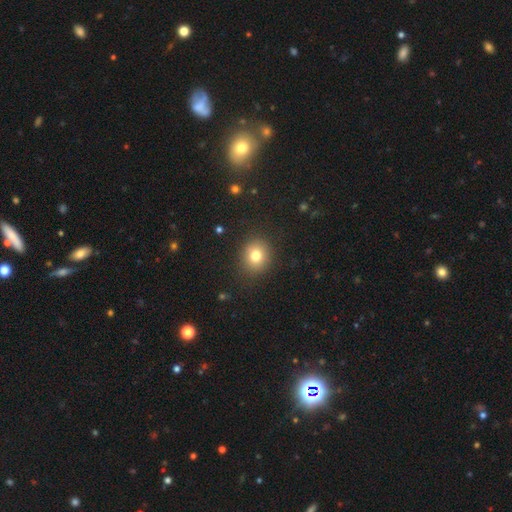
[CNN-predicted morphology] This appears to be a smooth galaxy with no disk features (78%) that is round (77%). Merging: none (88%).